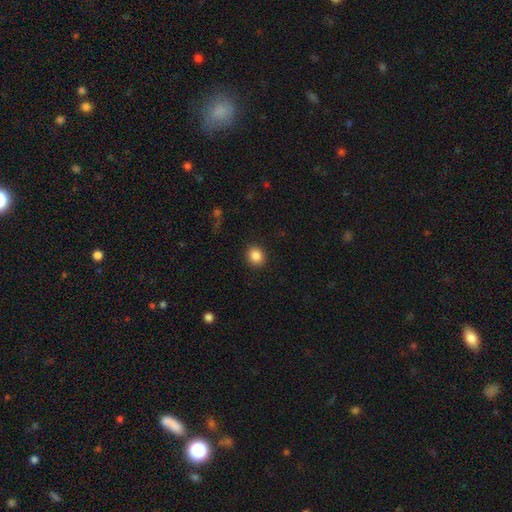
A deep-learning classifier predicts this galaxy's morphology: type=smooth (86%); roundness=round (80%); merging=none (91%).